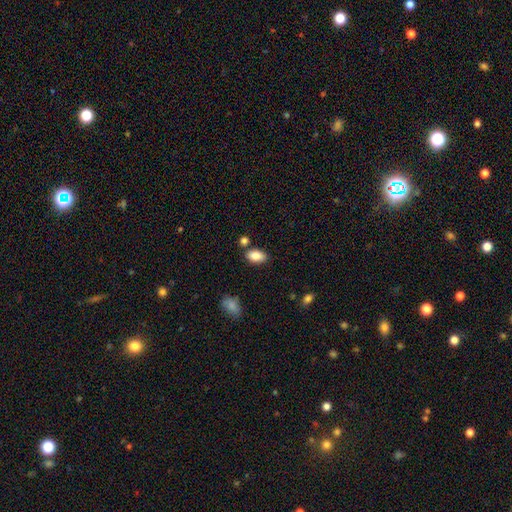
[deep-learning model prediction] The model was most divided on "merging": none: 78%, minor disturbance: 12%, merger: 7%, major disturbance: 3%. More confident: how rounded — in between (91%); smooth or featured — smooth (86%).